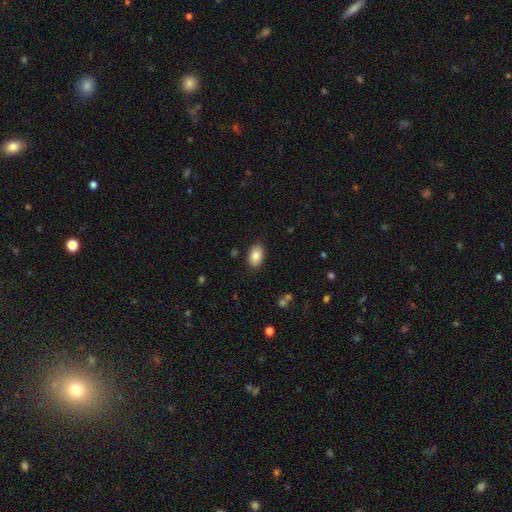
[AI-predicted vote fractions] This appears to be a smooth galaxy with no disk features (86%) that is in between round and cigar-shaped (91%). Merging: none (86%).